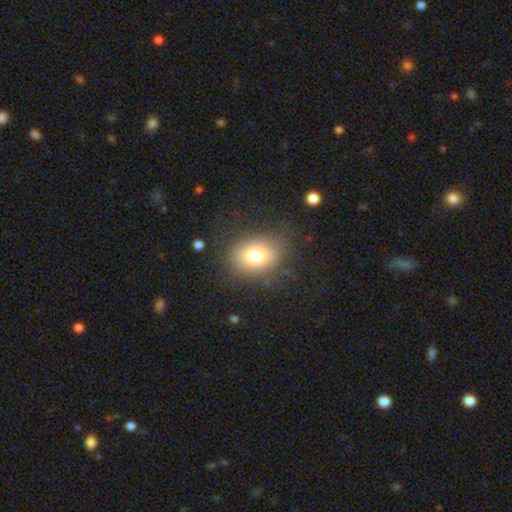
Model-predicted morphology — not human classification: This is likely a smooth galaxy (73%). How rounded: possibly in between (54%). Merging: likely none (75%).